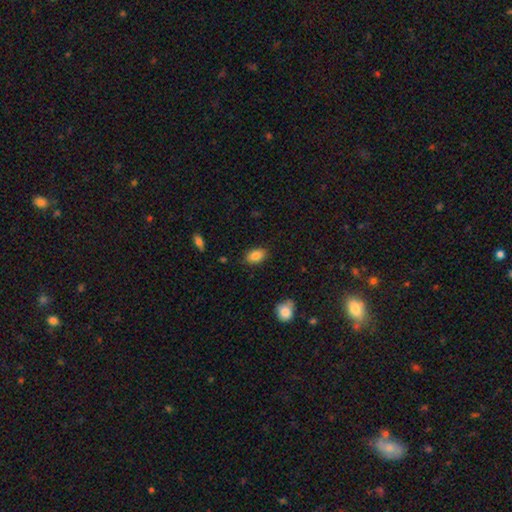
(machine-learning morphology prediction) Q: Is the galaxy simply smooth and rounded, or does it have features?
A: smooth — 85%.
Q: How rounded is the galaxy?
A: in between — 88%.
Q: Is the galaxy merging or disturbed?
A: none — 85%.